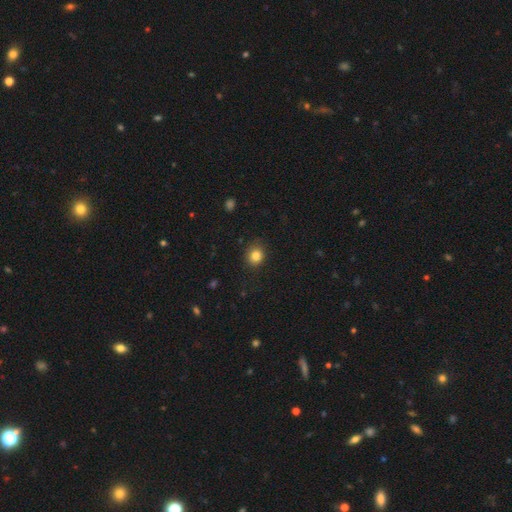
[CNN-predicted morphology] Smooth or featured?
  - smooth: 83% *
  - star or artifact: 11%
  - featured or disk: 6%
How rounded?
  - round: 77% *
  - in between: 22%
  - cigar-shaped: 1%
Merging?
  - none: 85% *
  - minor disturbance: 11%
  - major disturbance: 3%
  - merger: 1%